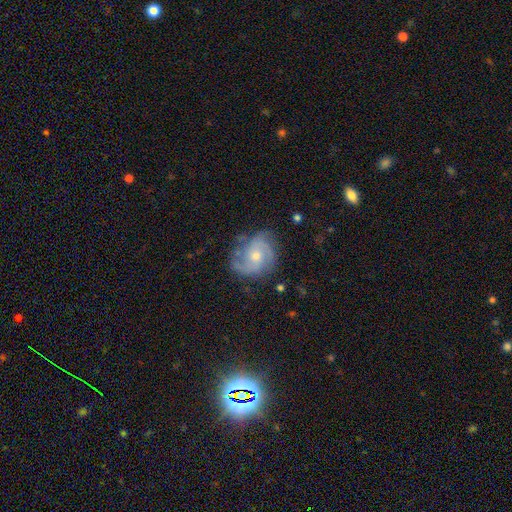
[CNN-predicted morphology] Smooth or featured? featured or disk (82%)
Edge-on disk? no (98%)
Bar? no (70%)
Spiral arms? yes (95%)
Spiral winding? medium (47%)
Spiral arm count? 2 (39%)
Bulge size? moderate (53%)
Merging? none (70%)